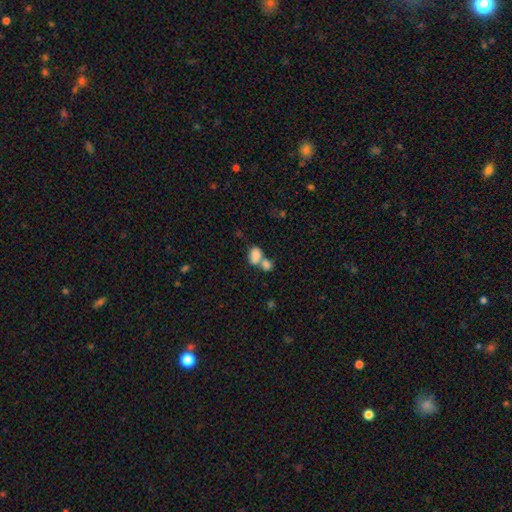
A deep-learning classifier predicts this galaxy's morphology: The model was most divided on "merging": merger: 61%, none: 24%, minor disturbance: 9%, major disturbance: 6%. More confident: how rounded — in between (86%); smooth or featured — smooth (80%).